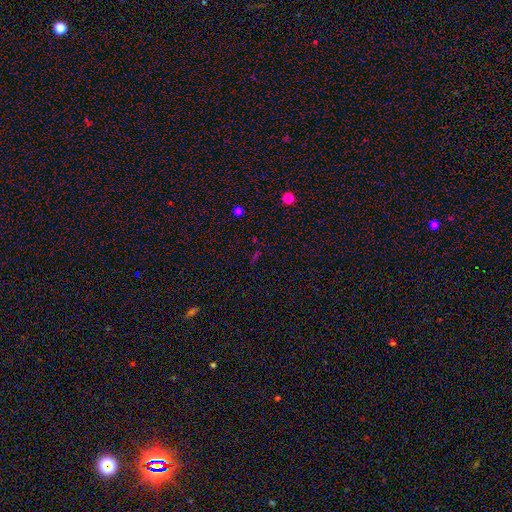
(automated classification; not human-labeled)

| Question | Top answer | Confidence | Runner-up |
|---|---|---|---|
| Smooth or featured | star or artifact | 58% | smooth (30%) |